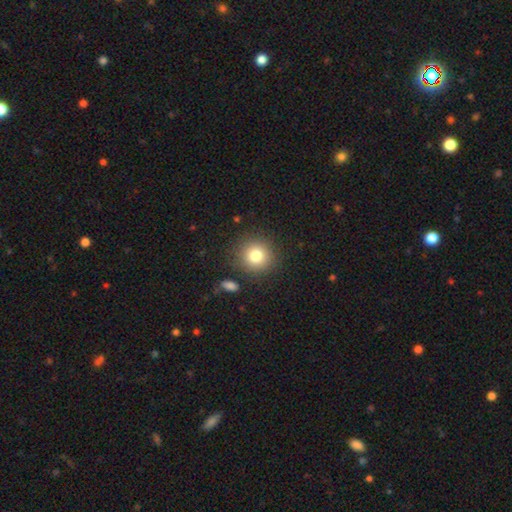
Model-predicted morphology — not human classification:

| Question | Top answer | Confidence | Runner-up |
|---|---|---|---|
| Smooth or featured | smooth | 80% | star or artifact (12%) |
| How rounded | round | 91% | in between (8%) |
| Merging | none | 87% | minor disturbance (8%) |